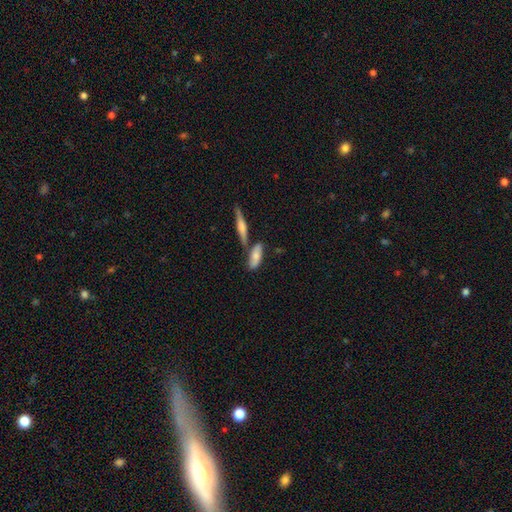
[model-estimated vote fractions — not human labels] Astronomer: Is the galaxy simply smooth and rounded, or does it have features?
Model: smooth — 65%.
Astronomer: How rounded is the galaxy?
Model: in between — 65%.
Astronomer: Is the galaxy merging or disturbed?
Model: none — 57%.